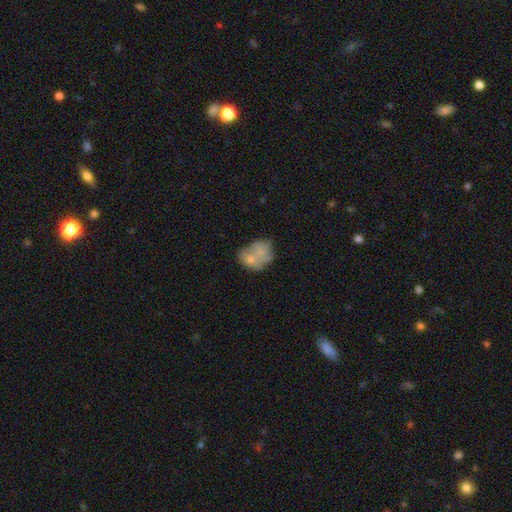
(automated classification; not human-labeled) The model was most divided on "merging": merger: 35%, none: 34%, minor disturbance: 19%, major disturbance: 12%. More confident: smooth or featured — smooth (58%); how rounded — round (51%).